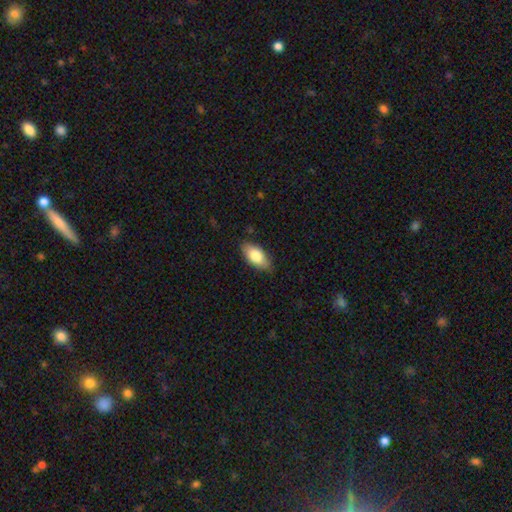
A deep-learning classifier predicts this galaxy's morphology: Q: Smooth or featured?
A: smooth (80%); runner-up: featured or disk (14%)
Q: How rounded?
A: in between (91%); runner-up: cigar-shaped (6%)
Q: Merging?
A: none (83%); runner-up: minor disturbance (14%)